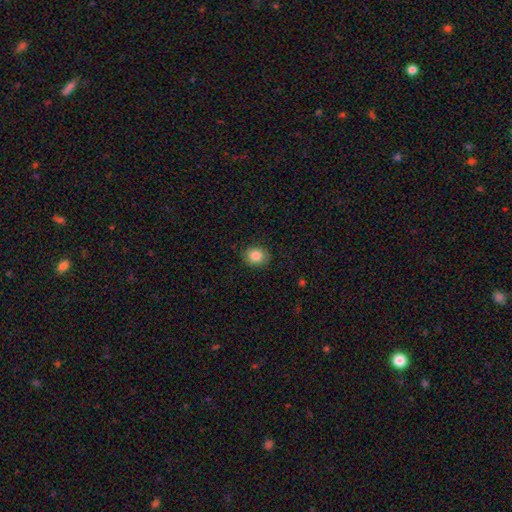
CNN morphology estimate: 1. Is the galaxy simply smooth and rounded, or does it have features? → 85% smooth, 9% star or artifact, 6% featured or disk.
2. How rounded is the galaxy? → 68% round, 31% in between, 1% cigar-shaped.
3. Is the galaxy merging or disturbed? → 87% none, 9% minor disturbance, 3% major disturbance, 1% merger.